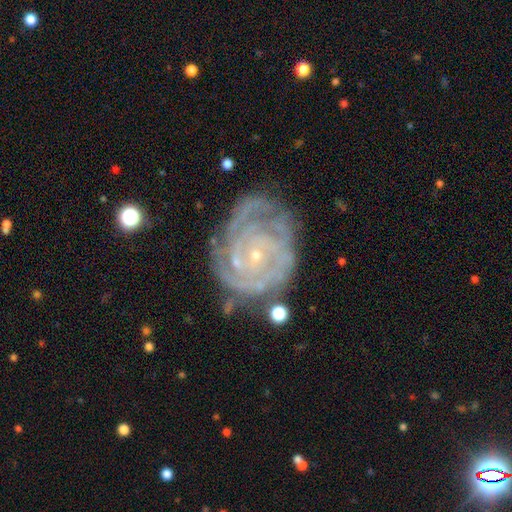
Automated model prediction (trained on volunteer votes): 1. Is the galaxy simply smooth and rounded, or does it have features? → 88% featured or disk, 6% star or artifact, 5% smooth.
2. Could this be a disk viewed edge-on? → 97% no, 3% yes.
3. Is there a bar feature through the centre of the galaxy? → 73% no, 20% weak, 7% strong.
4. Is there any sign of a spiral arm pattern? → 97% yes, 3% no.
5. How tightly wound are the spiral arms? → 79% tight, 18% medium, 3% loose.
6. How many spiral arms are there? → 25% 3, 23% can't tell, 19% 4, 18% 2, 8% more than 4, 6% 1.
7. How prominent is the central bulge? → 87% small, 8% moderate, 2% none, 1% large, 1% dominant.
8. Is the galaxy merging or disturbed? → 65% none, 22% minor disturbance, 10% major disturbance, 3% merger.